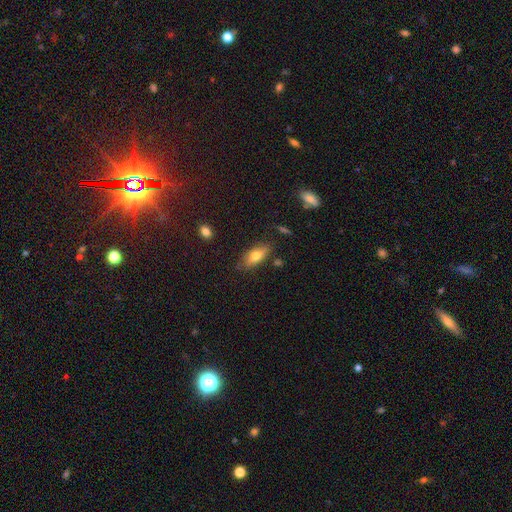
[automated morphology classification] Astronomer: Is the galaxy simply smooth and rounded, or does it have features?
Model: smooth — 68%.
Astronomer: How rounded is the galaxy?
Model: in between — 71%.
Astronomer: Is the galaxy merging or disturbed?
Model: none — 80%.